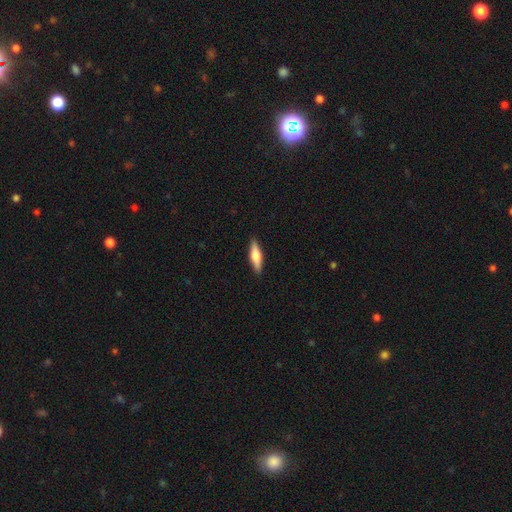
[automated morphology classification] Overall: smooth (60%; featured or disk 35%). How rounded: cigar-shaped (63%; in between 35%). Merging: none (90%).